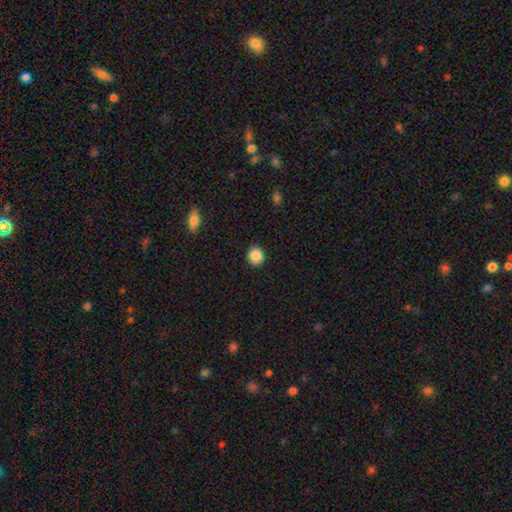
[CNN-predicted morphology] Smooth or featured?
  - smooth: 88% *
  - star or artifact: 9%
  - featured or disk: 3%
How rounded?
  - round: 86% *
  - in between: 13%
  - cigar-shaped: 1%
Merging?
  - none: 91% *
  - minor disturbance: 6%
  - major disturbance: 2%
  - merger: 1%